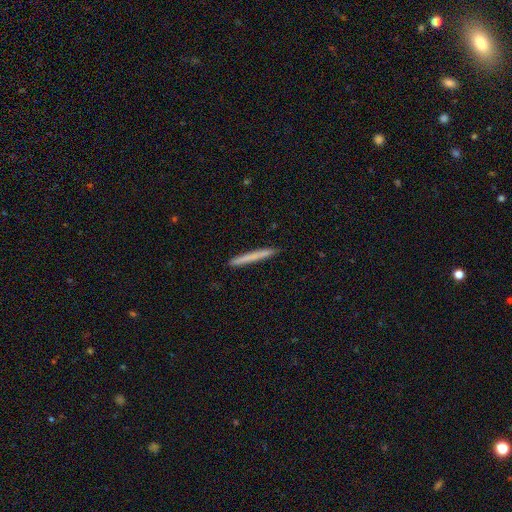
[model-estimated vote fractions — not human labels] Smooth or featured? Predicted: smooth (p=0.68). How rounded? Predicted: cigar-shaped (p=0.97). Merging? Predicted: none (p=0.92).